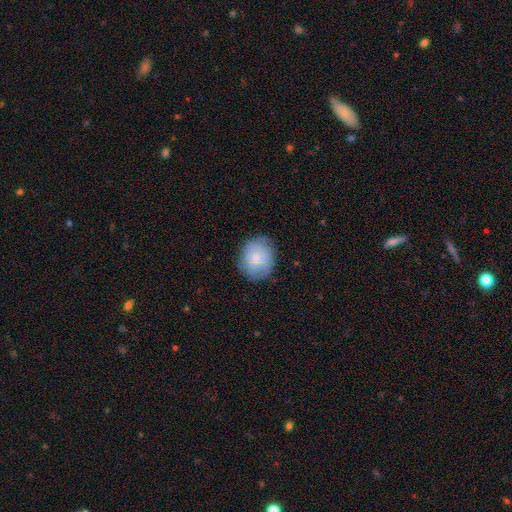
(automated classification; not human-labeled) smooth-or-featured: smooth: 70% | featured or disk: 22% | star or artifact: 8%
  how-rounded: round: 70% | in between: 29% | cigar-shaped: 1%
  merging: none: 78% | minor disturbance: 17% | major disturbance: 4% | merger: 1%